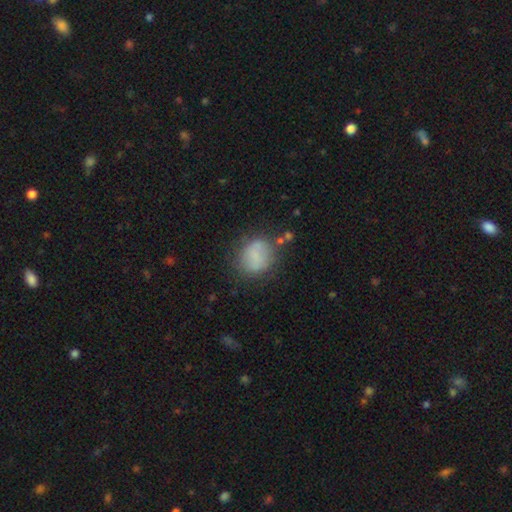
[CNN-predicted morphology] smooth-or-featured: smooth: 73% | featured or disk: 17% | star or artifact: 9%
  how-rounded: round: 64% | in between: 34% | cigar-shaped: 1%
  merging: none: 63% | minor disturbance: 22% | major disturbance: 9% | merger: 6%